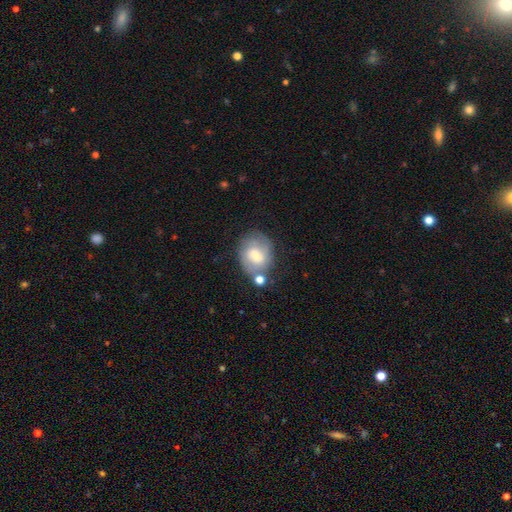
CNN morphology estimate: Smooth or featured?
  - smooth: 46% * (tied)
  - featured or disk: 46% * (tied)
  - star or artifact: 8%
Merging?
  - none: 54% *
  - minor disturbance: 22%
  - merger: 15%
  - major disturbance: 10%